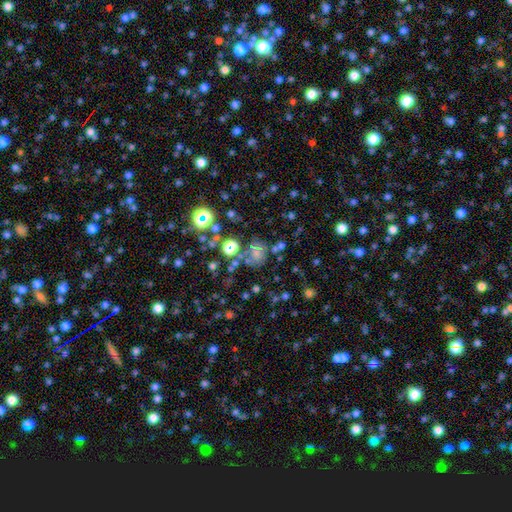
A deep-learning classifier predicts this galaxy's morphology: This appears to be a star or artifact, not a galaxy (54%).